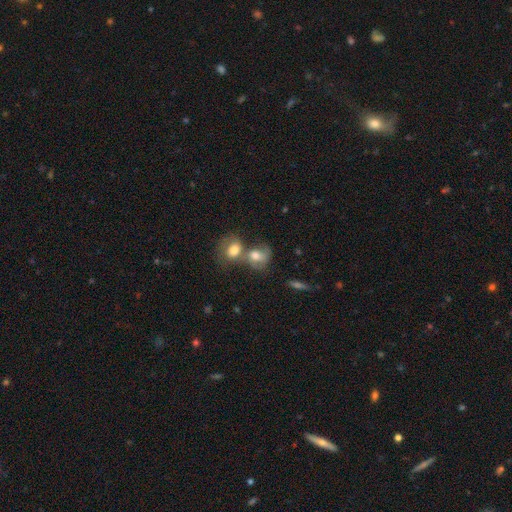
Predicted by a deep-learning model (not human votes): Overall: smooth (64%; featured or disk 26%). How rounded: in between (54%; round 44%). Merging: merger (62%).